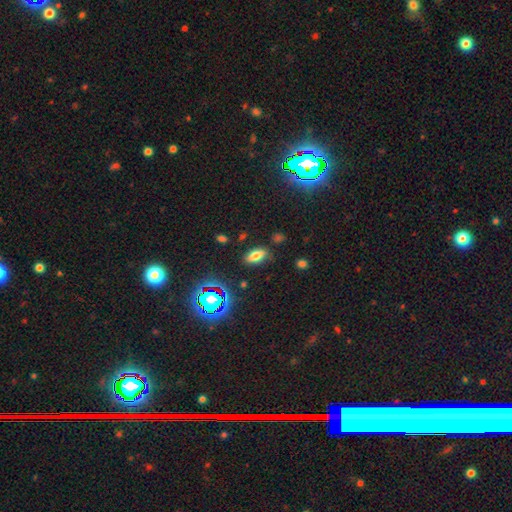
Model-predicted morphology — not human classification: Smooth or featured? smooth (70%)
How rounded? in between (83%)
Merging? none (81%)